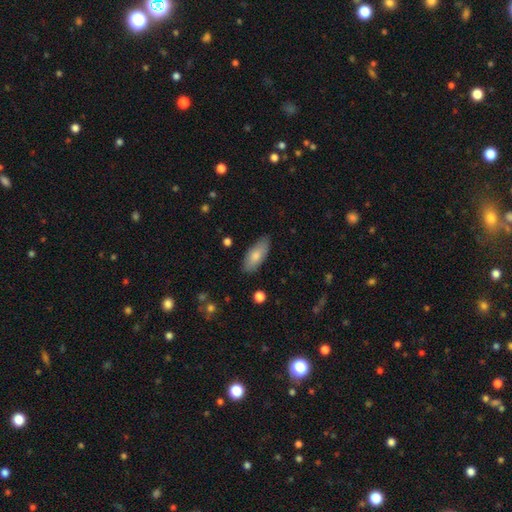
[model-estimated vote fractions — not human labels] A smooth galaxy with no disk features (79%) that is in between round and cigar-shaped (81%). Merging: none (83%).